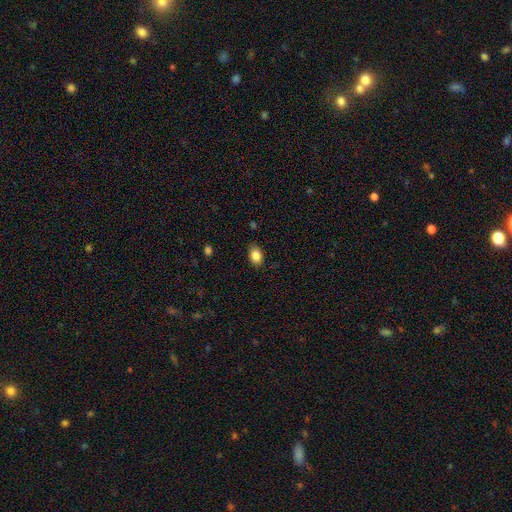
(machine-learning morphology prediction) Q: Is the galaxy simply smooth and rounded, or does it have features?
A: smooth — 86%.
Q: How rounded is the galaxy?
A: in between — 76%.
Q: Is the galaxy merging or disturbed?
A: none — 84%.